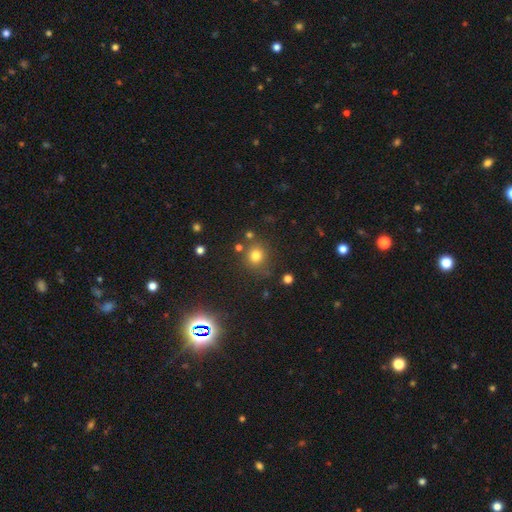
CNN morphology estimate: The model was most divided on "smooth or featured": smooth: 76%, star or artifact: 17%, featured or disk: 7%. More confident: how rounded — round (87%); merging — none (76%).